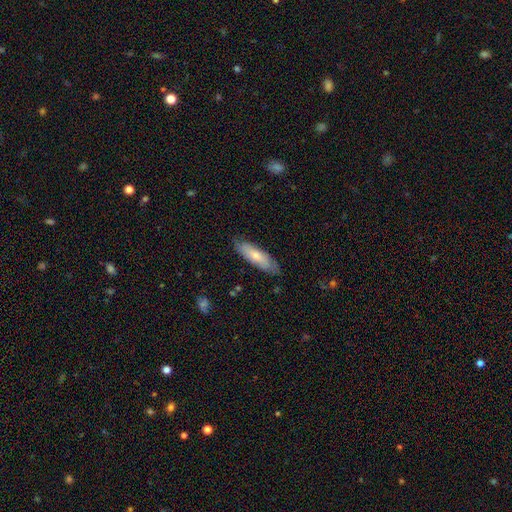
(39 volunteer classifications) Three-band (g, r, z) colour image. It shows a smooth galaxy with no disk features (69%) that is in between round and cigar-shaped (59%). Merging: none (95%).